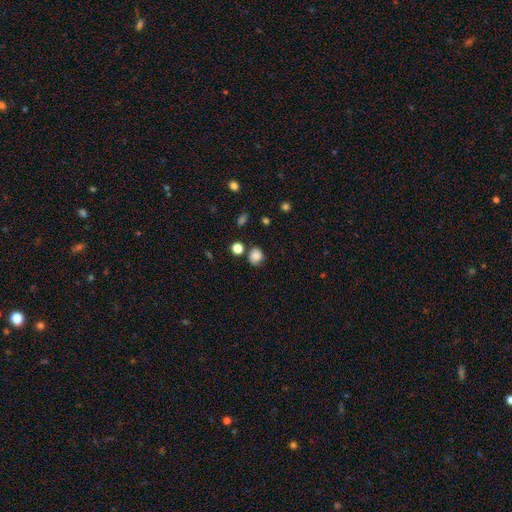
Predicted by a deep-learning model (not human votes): A smooth galaxy with no disk features (83%) that is round (77%).

Vote fractions:
- Smooth or featured? smooth: 83% / star or artifact: 11% / featured or disk: 6%
- How rounded? round: 77% / in between: 22% / cigar-shaped: 1%
- Merging? none: 73% / minor disturbance: 17% / merger: 6% / major disturbance: 5%